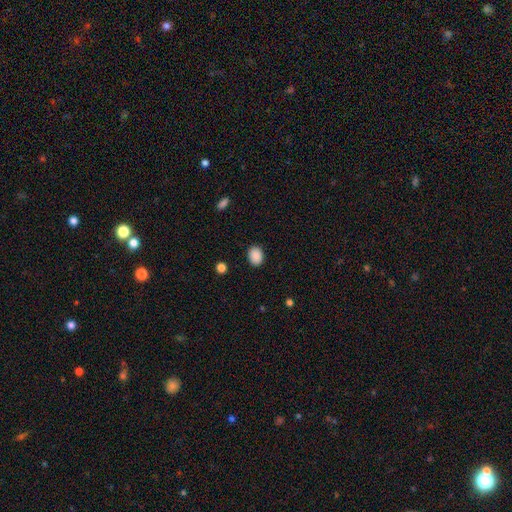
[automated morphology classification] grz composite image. It shows a smooth galaxy with no disk features (90%) that is in between round and cigar-shaped (65%). Merging: none (89%).